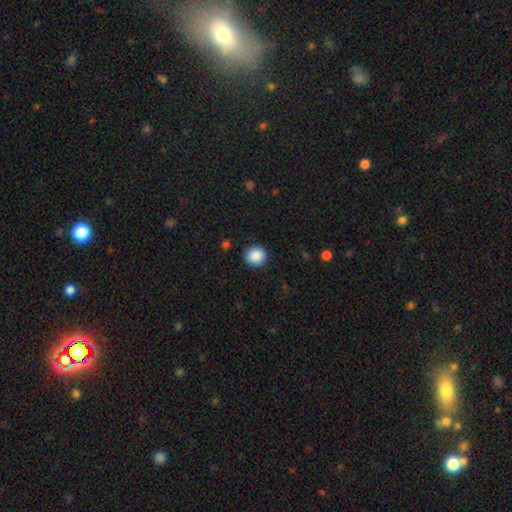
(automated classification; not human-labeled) This appears to be a smooth galaxy with no disk features (89%) that is round (92%). Merging: none (91%).